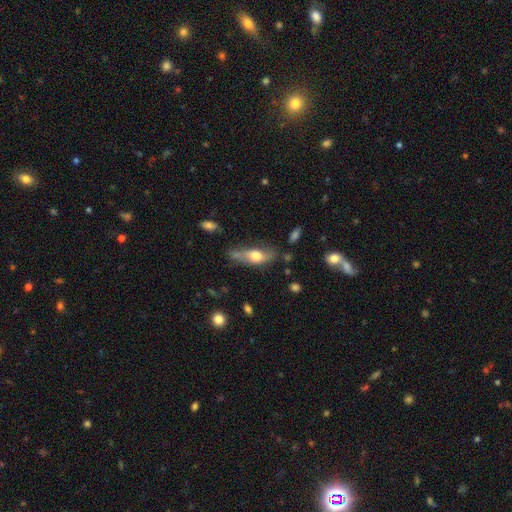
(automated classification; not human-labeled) The model was most divided on "merging": none: 49%, minor disturbance: 29%, major disturbance: 11%, merger: 11%. More confident: how rounded — in between (64%); smooth or featured — smooth (58%).